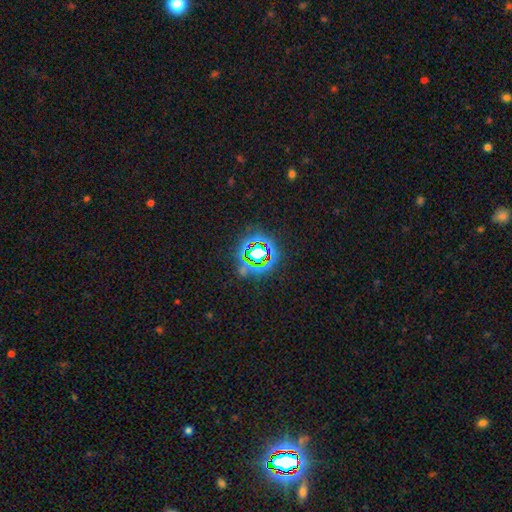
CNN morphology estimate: smooth_or_featured: star or artifact (p=0.70) [alt: smooth p=0.19]